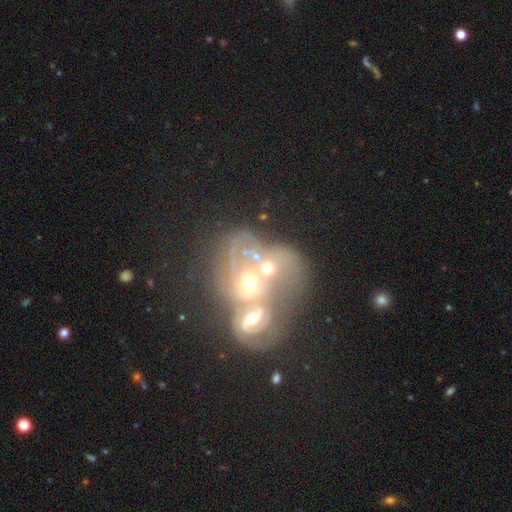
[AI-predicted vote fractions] Smooth or featured: featured or disk — 65% (smooth — 21%)
Edge-on disk: no — 97% (yes — 3%)
Bar: no — 79% (weak — 16%)
Spiral arms: yes — 55% (no — 45%)
Bulge size: moderate — 59% (small — 24%)
Merging: merger — 84% (none — 7%)